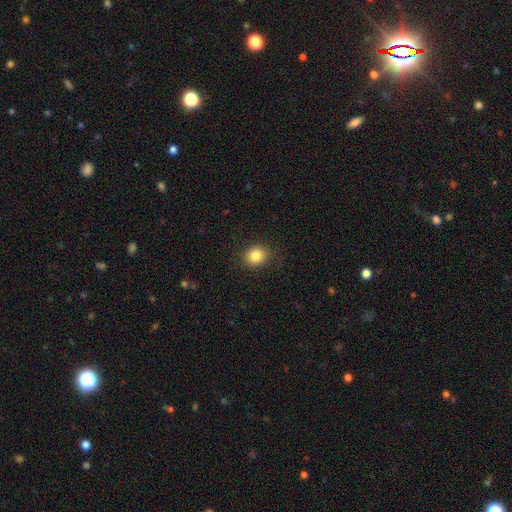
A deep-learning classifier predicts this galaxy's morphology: This is clearly a smooth galaxy (84%). How rounded: likely round (72%). Merging: clearly none (88%).